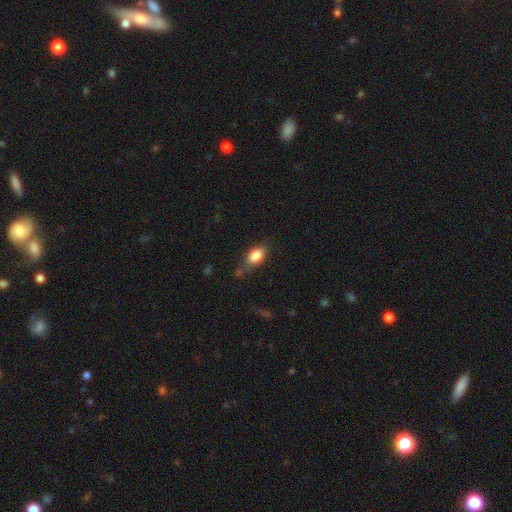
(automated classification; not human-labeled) smooth 82%, featured or disk 10%, star or artifact 8%. Down the decision tree: how rounded — in between (83%); merging — none (66%).